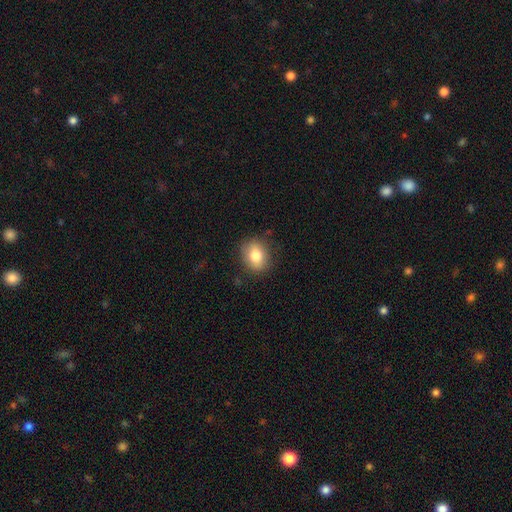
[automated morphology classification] Smooth or featured: smooth — 78% (featured or disk — 13%)
How rounded: in between — 53% (round — 46%)
Merging: none — 83% (minor disturbance — 13%)